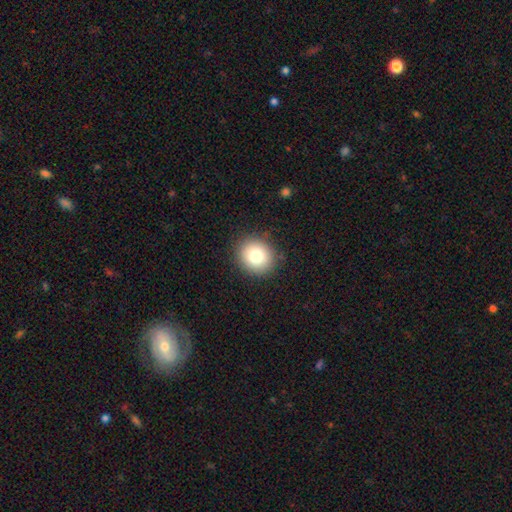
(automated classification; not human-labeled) Smooth or featured: smooth — 79% (star or artifact — 11%)
How rounded: round — 80% (in between — 19%)
Merging: none — 89% (minor disturbance — 8%)